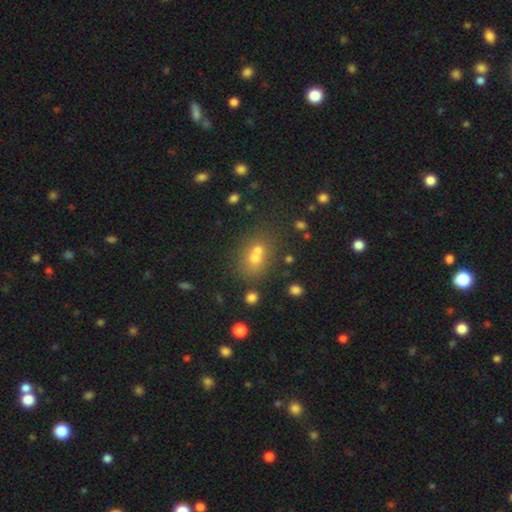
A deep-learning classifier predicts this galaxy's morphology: This appears to be a smooth galaxy with no disk features (59%) that is round (60%). Merging: merger (51%).